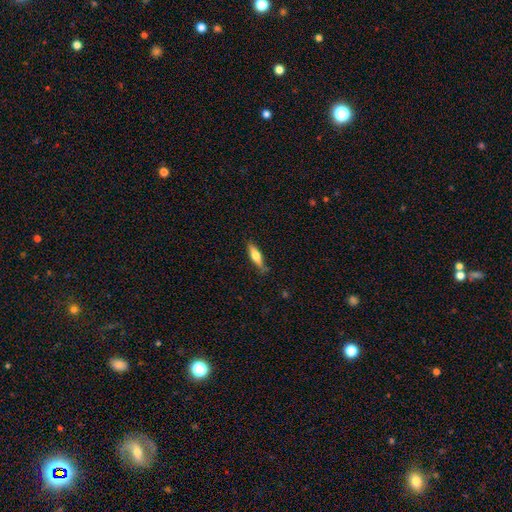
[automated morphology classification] Overall: smooth (63%; featured or disk 31%). How rounded: cigar-shaped (58%; in between 40%). Merging: none (79%).